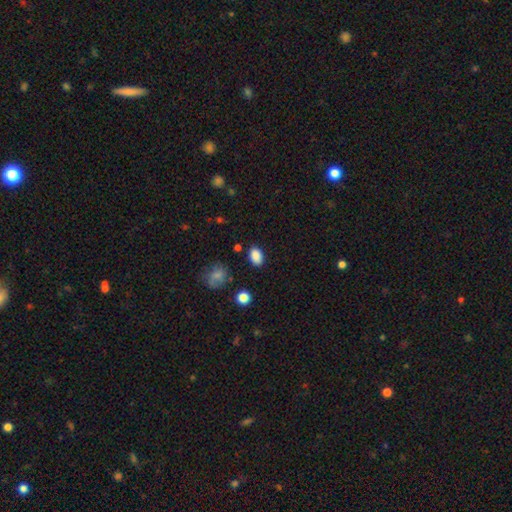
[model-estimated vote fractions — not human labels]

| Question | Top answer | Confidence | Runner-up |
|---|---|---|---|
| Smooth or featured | smooth | 87% | star or artifact (9%) |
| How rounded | in between | 85% | round (13%) |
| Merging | none | 83% | minor disturbance (12%) |